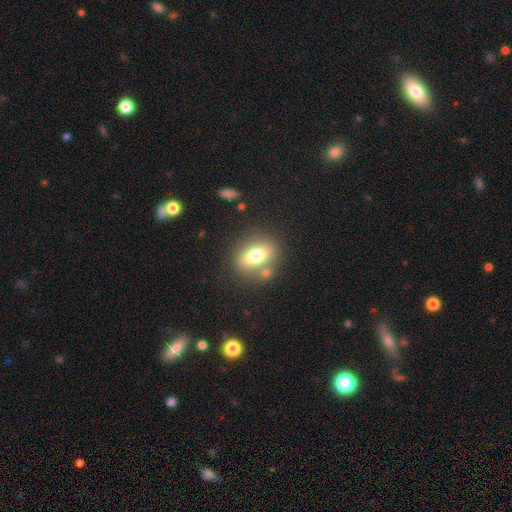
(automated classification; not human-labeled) smooth 67%, featured or disk 23%, star or artifact 11%. Down the decision tree: how rounded — in between (61%); merging — none (73%).